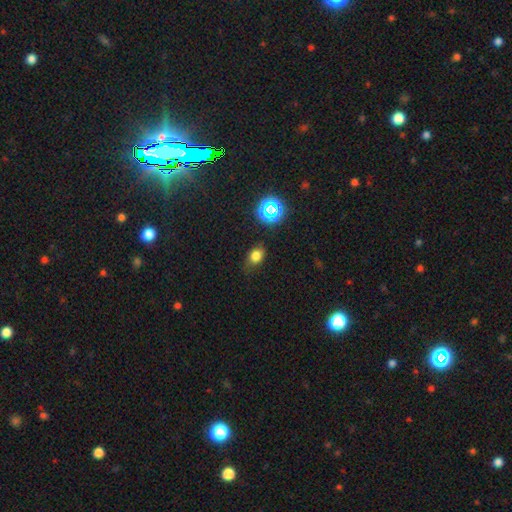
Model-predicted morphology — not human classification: This is likely a smooth galaxy (75%). How rounded: likely in between (66%). Merging: likely none (73%).